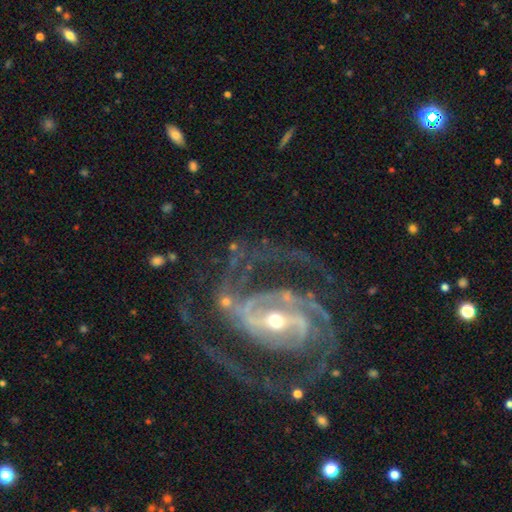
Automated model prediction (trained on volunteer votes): featured or disk 92%, star or artifact 5%, smooth 3%. Down the decision tree: edge-on disk — no (97%); bar — strong (54%); spiral arms — yes (98%); spiral arm count — 2 (57%); spiral winding — medium (47%); bulge size — moderate (49%); merging — none (67%).